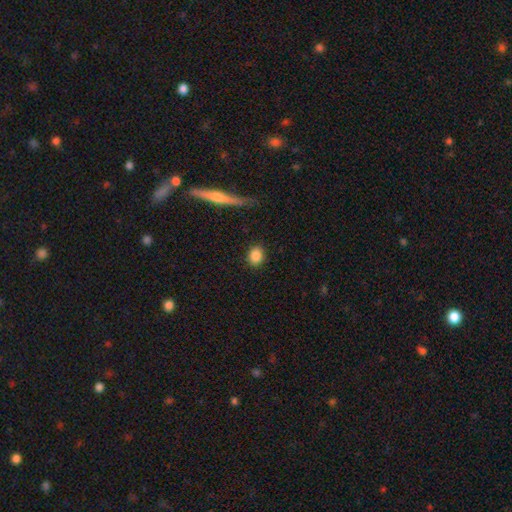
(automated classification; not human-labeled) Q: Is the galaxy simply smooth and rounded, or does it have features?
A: smooth — 86%.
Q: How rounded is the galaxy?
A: round — 54%.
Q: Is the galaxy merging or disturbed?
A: none — 88%.